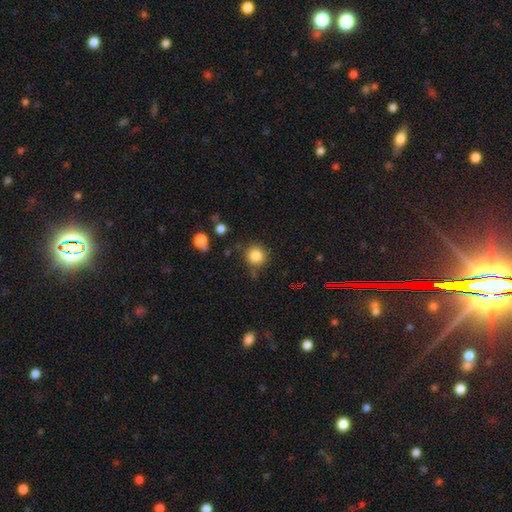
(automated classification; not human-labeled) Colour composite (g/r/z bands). It shows a smooth galaxy with no disk features (83%) that is round (93%). Merging: none (79%).